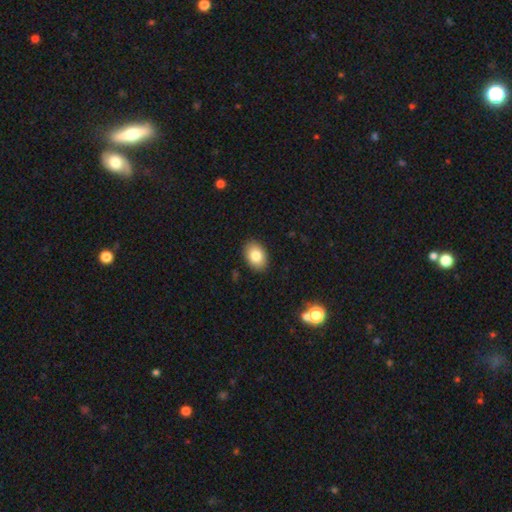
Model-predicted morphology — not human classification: This appears to be a smooth galaxy with no disk features (83%) that is in between round and cigar-shaped (83%). Merging: none (89%).